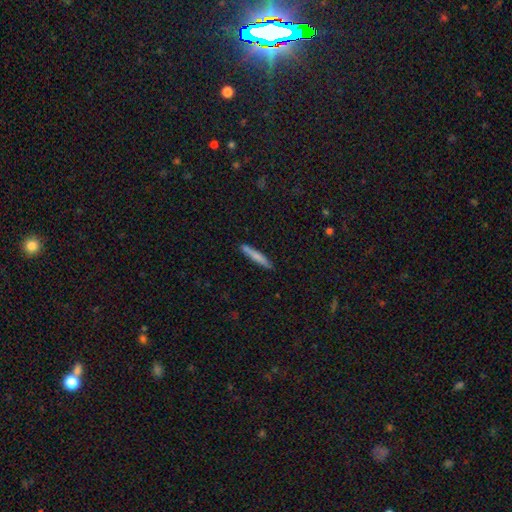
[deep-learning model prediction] smooth-or-featured: smooth: 73% | featured or disk: 21% | star or artifact: 6%
  how-rounded: cigar-shaped: 94% | in between: 4% | round: 1%
  merging: none: 86% | minor disturbance: 10% | merger: 2% | major disturbance: 2%